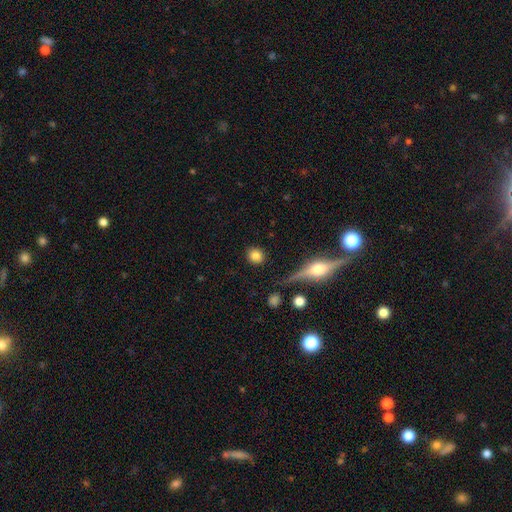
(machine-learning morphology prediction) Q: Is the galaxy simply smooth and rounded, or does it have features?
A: smooth — 83%.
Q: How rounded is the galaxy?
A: round — 84%.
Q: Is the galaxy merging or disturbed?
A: none — 87%.